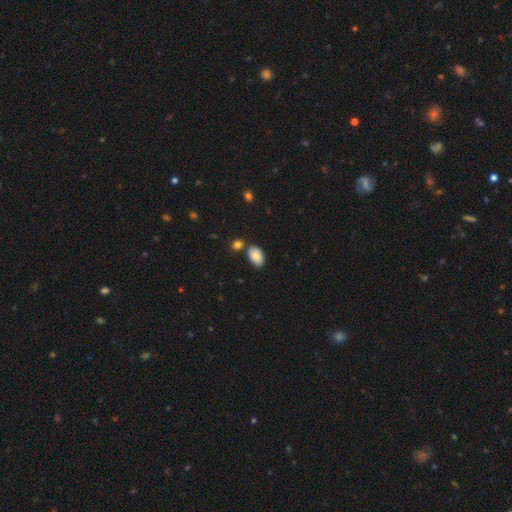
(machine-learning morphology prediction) smooth-or-featured: smooth: 86% | star or artifact: 7% | featured or disk: 7%
  how-rounded: in between: 93% | round: 6% | cigar-shaped: 1%
  merging: none: 71% | minor disturbance: 14% | merger: 13% | major disturbance: 3%